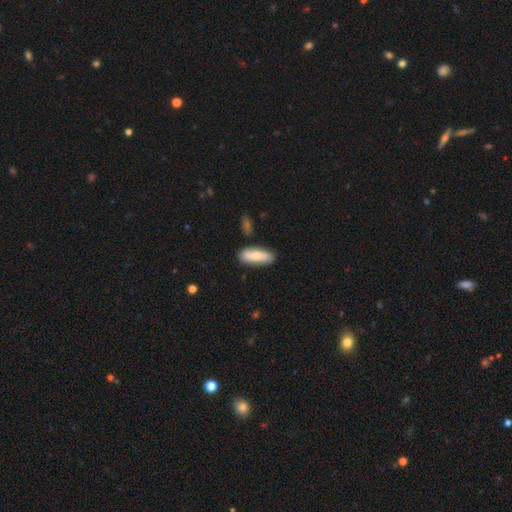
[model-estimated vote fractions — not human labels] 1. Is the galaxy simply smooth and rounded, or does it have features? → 69% smooth, 25% featured or disk, 6% star or artifact.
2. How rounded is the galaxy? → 68% in between, 30% cigar-shaped, 2% round.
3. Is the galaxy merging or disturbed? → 79% none, 15% minor disturbance, 4% merger, 3% major disturbance.